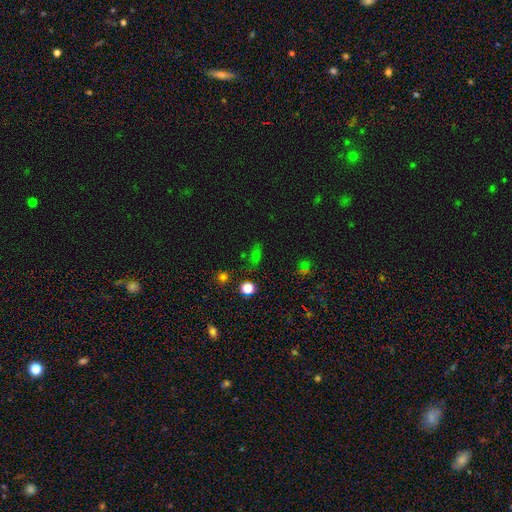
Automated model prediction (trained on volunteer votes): This is possibly a smooth galaxy (58%). How rounded: likely in between (62%). Merging: likely none (73%).